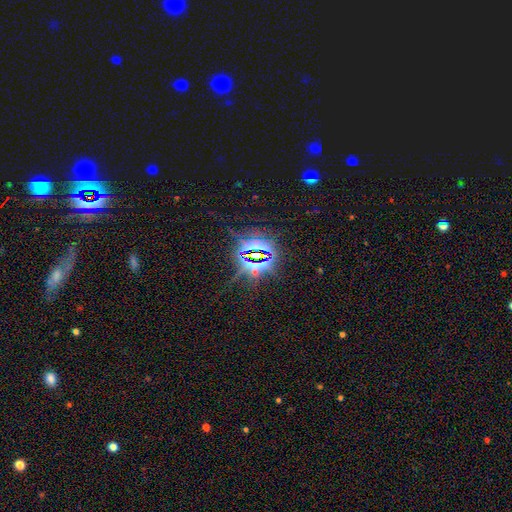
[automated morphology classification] Smooth or featured? Predicted: star or artifact (p=0.85).